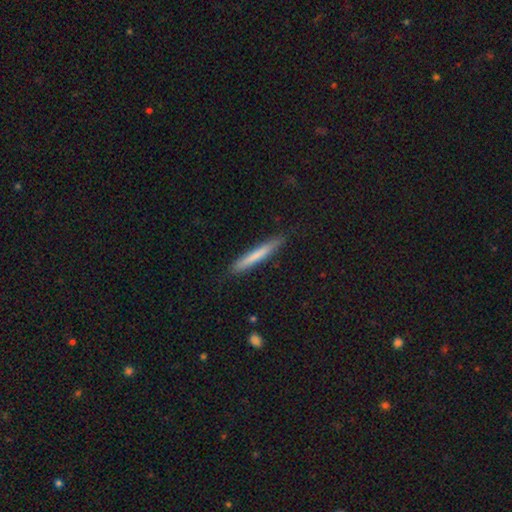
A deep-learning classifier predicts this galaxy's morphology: This is likely a smooth galaxy (71%). How rounded: clearly cigar-shaped (96%). Merging: clearly none (87%).